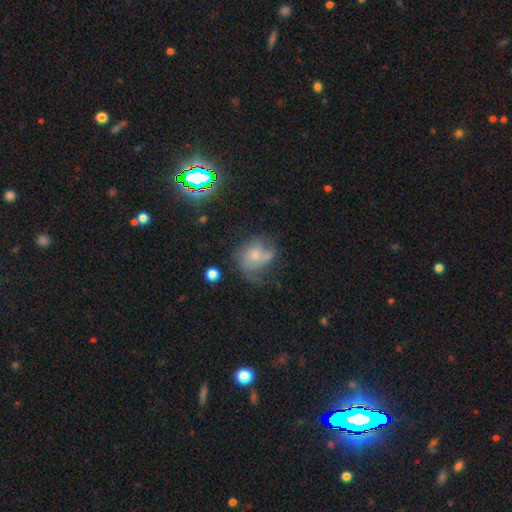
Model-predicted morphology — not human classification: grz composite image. It shows a featured or disk galaxy (52%) with no bar (80%), spiral arms (68%) and a small central bulge (47%). Merging: none (36%).